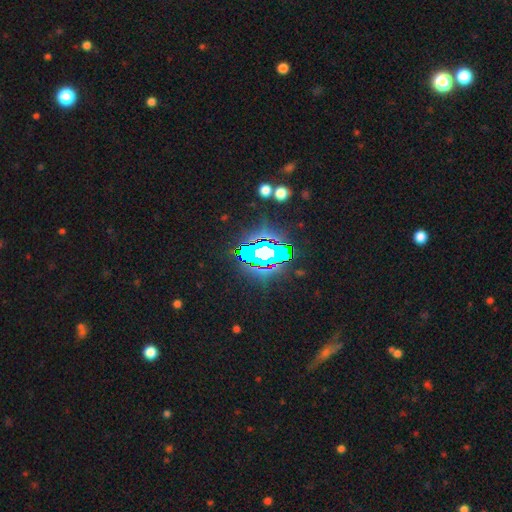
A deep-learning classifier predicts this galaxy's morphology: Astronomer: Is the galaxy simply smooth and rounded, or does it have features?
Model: star or artifact — 76%.